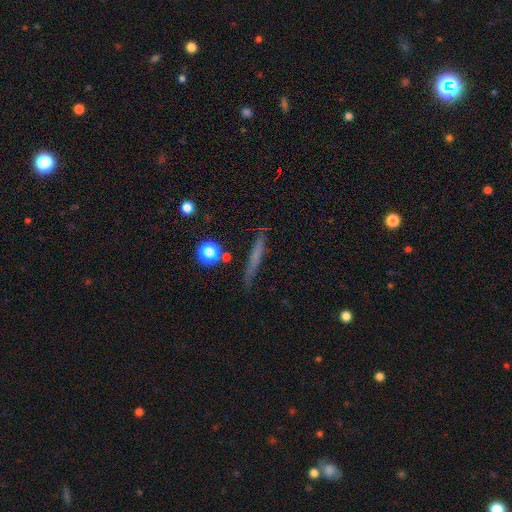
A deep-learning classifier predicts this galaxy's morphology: Smooth or featured? smooth (58%)
How rounded? cigar-shaped (91%)
Merging? none (82%)